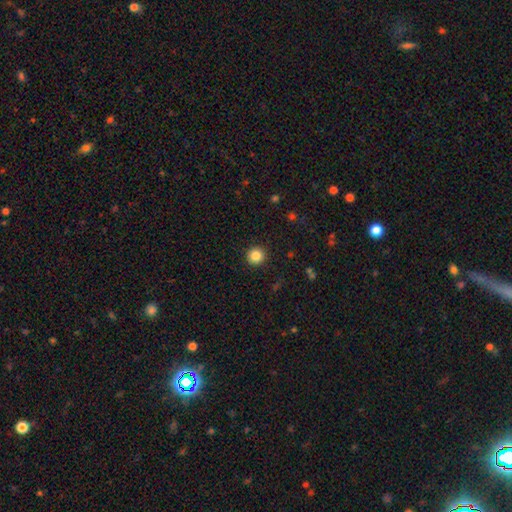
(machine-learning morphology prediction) A smooth galaxy with no disk features (85%) that is round (93%). Merging: none (92%).